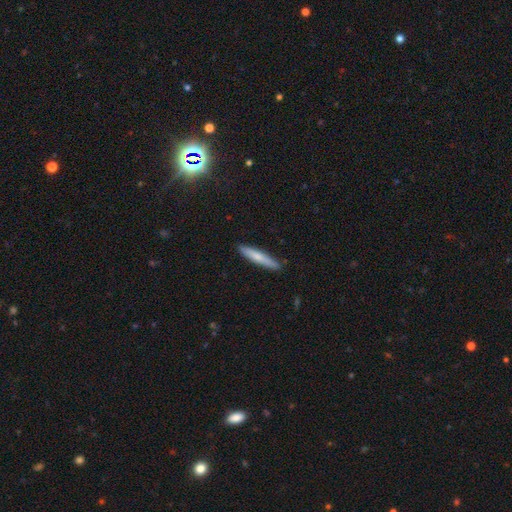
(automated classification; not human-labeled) This is possibly a smooth galaxy (57%). How rounded: clearly cigar-shaped (93%). Merging: clearly none (89%).